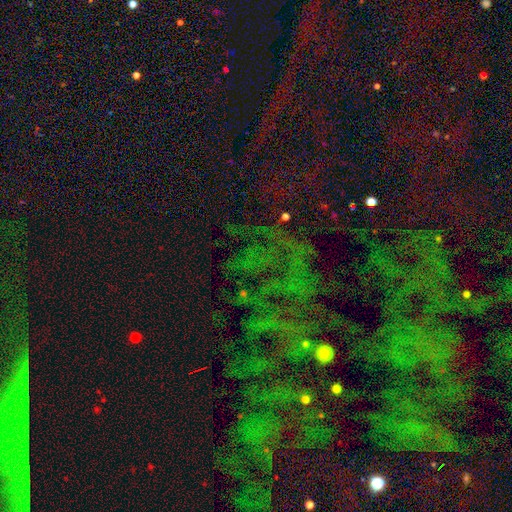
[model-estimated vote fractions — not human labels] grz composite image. It shows a star or artifact, not a galaxy (69%).